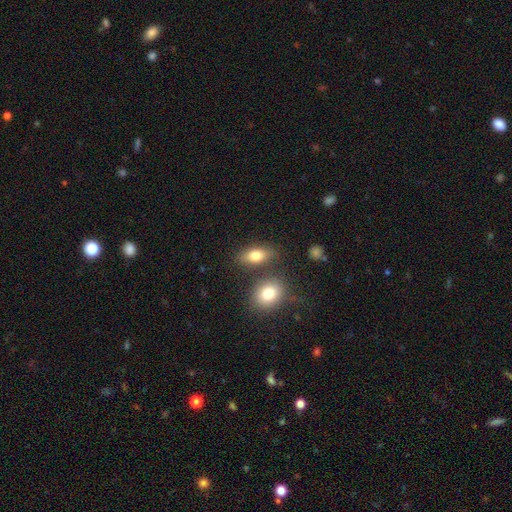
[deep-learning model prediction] Smooth or featured? smooth (78%)
How rounded? in between (82%)
Merging? none (72%)